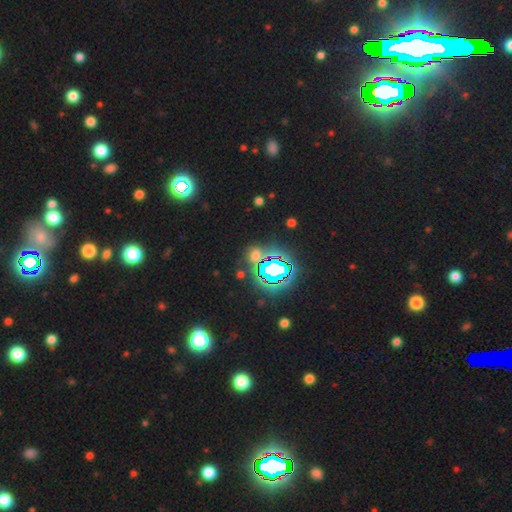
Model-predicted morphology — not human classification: Smooth or featured?
  - star or artifact: 60% *
  - smooth: 31%
  - featured or disk: 9%